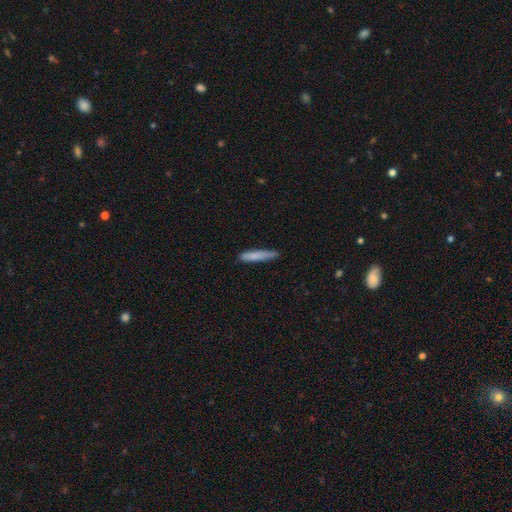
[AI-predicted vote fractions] This is likely a smooth galaxy (79%). How rounded: clearly cigar-shaped (92%). Merging: clearly none (81%).